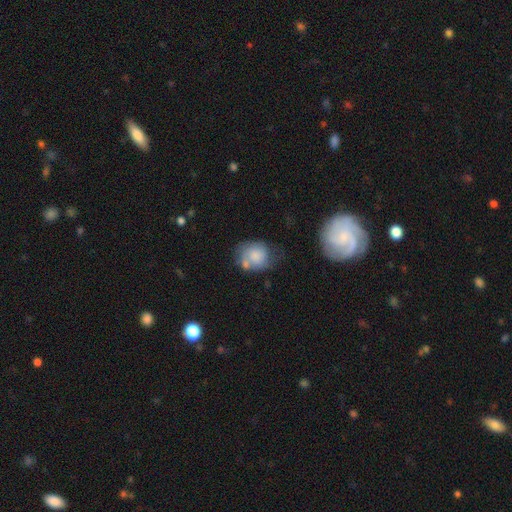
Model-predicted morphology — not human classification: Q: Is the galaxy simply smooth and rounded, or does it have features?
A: smooth — 69%.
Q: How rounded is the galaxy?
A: round — 61%.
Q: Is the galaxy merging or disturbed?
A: none — 37%.